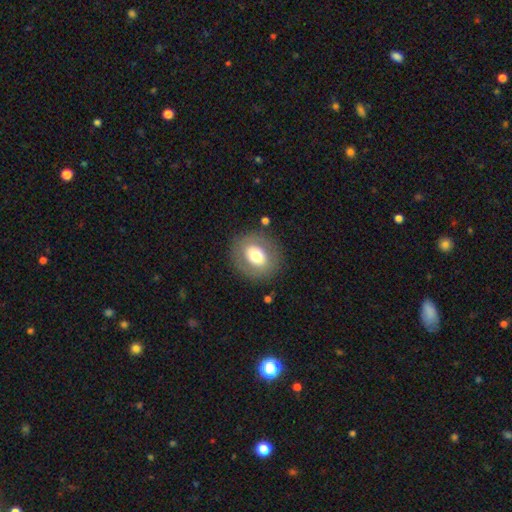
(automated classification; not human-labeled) The model was most divided on "how rounded": round: 67%, in between: 32%, cigar-shaped: 1%. More confident: merging — none (84%); smooth or featured — smooth (64%).